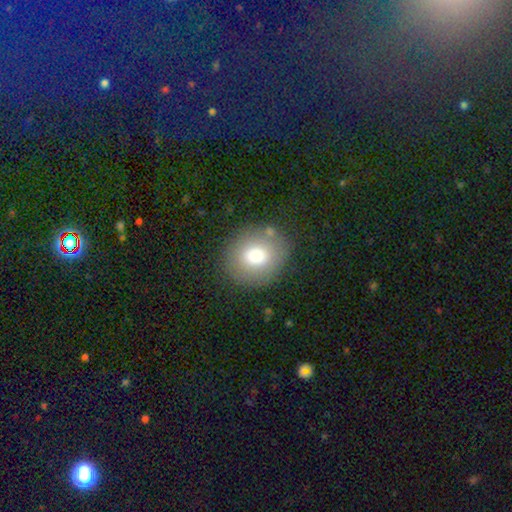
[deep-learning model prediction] Smooth or featured? smooth (77%)
How rounded? round (72%)
Merging? none (82%)